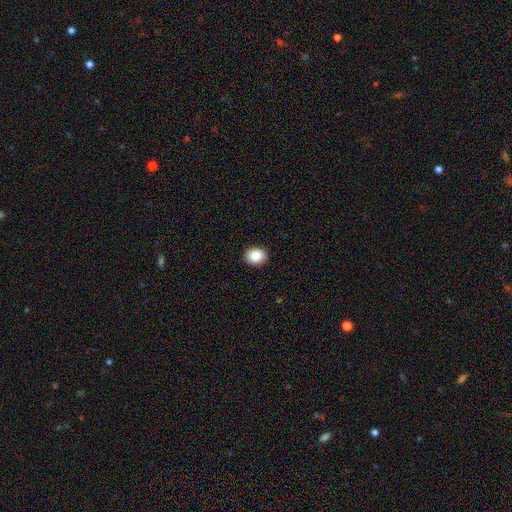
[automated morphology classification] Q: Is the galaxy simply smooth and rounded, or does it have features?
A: smooth — 87%.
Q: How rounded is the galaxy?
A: round — 56%.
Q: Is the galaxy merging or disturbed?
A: none — 91%.